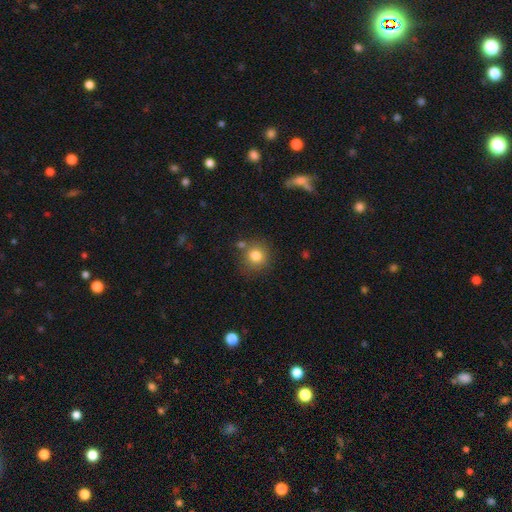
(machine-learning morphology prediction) The model was most divided on "merging": none: 74%, minor disturbance: 12%, merger: 10%, major disturbance: 4%. More confident: how rounded — round (88%); smooth or featured — smooth (80%).